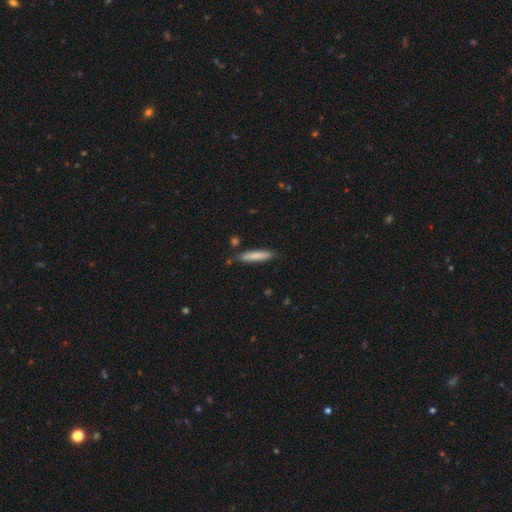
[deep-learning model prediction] smooth_or_featured: smooth (p=0.80) [alt: featured or disk p=0.14]
how_rounded: cigar-shaped (p=0.88) [alt: in between p=0.11]
merging: none (p=0.82) [alt: minor disturbance p=0.12]